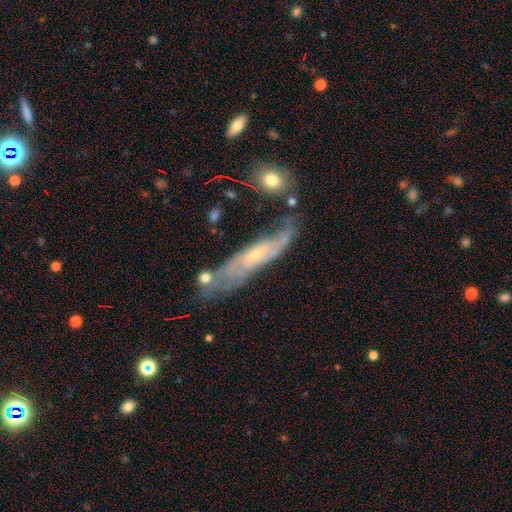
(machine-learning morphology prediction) Overall: featured or disk (67%). Edge-on disk: no (58%; yes 42%). Merging: none (55%; minor disturbance 25%).